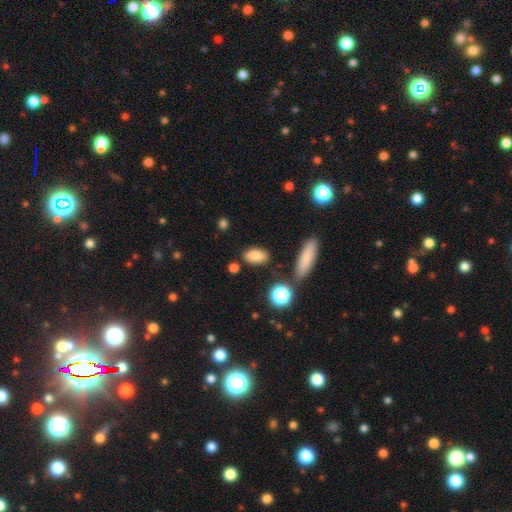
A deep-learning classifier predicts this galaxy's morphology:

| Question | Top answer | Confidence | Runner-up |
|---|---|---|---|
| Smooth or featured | smooth | 83% | star or artifact (10%) |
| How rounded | in between | 88% | round (8%) |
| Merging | none | 81% | minor disturbance (12%) |